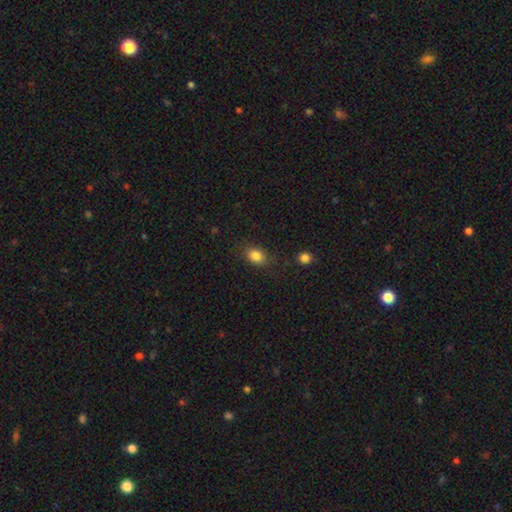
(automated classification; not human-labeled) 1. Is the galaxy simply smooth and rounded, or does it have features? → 85% smooth, 10% star or artifact, 6% featured or disk.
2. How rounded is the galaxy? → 75% in between, 24% round, 1% cigar-shaped.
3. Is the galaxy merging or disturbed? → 80% none, 14% minor disturbance, 4% major disturbance, 2% merger.